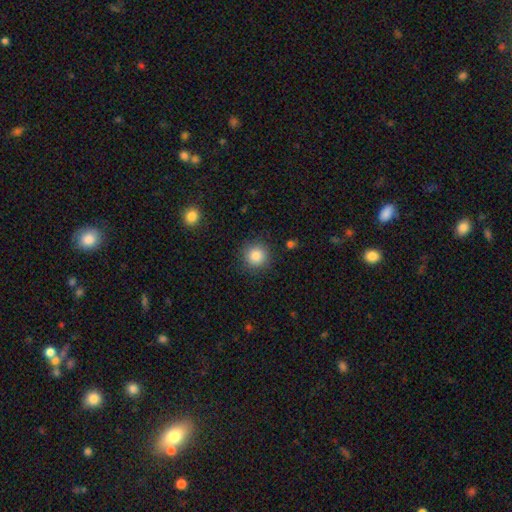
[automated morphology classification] The model was most divided on "smooth or featured": smooth: 85%, star or artifact: 10%, featured or disk: 5%. More confident: how rounded — round (93%); merging — none (89%).